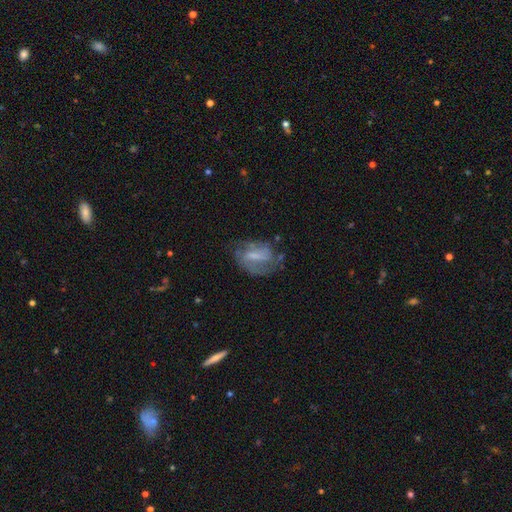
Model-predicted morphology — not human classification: type=featured or disk (68%); edge-on=no (96%); bar=weak (47%); spiral arms=yes (80%); winding=medium (46%); arm count=2 (68%); bulge=none (36%); merging=none (57%).